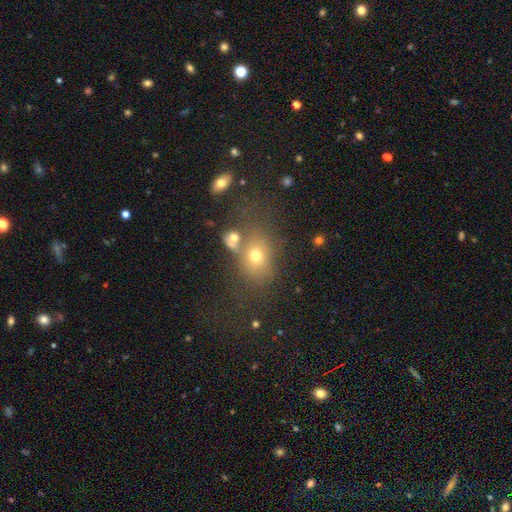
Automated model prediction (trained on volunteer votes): The model was most divided on "how rounded": in between: 53%, round: 45%, cigar-shaped: 2%. More confident: smooth or featured — smooth (65%); merging — none (53%).